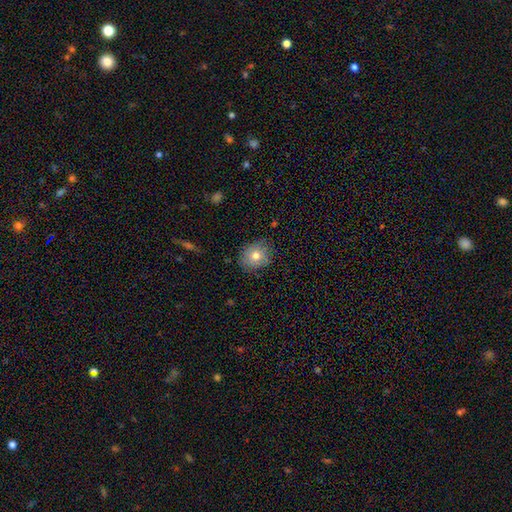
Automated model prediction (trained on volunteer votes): Morphology: type=smooth (75%); roundness=round (72%); merging=none (79%).